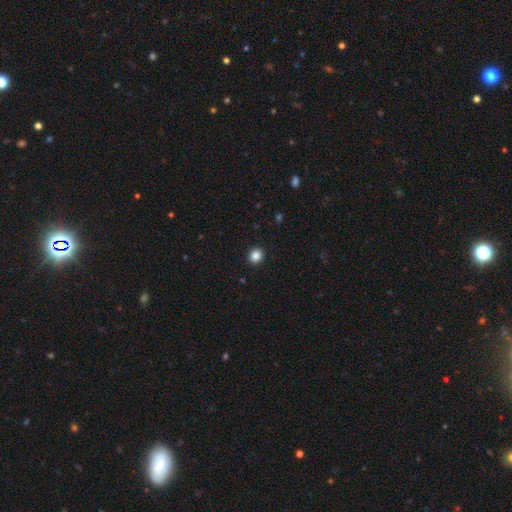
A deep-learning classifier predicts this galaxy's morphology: Smooth or featured?
  - smooth: 86% *
  - star or artifact: 10%
  - featured or disk: 4%
How rounded?
  - round: 73% *
  - in between: 27%
  - cigar-shaped: 1%
Merging?
  - none: 92% *
  - minor disturbance: 5%
  - major disturbance: 2%
  - merger: 1%